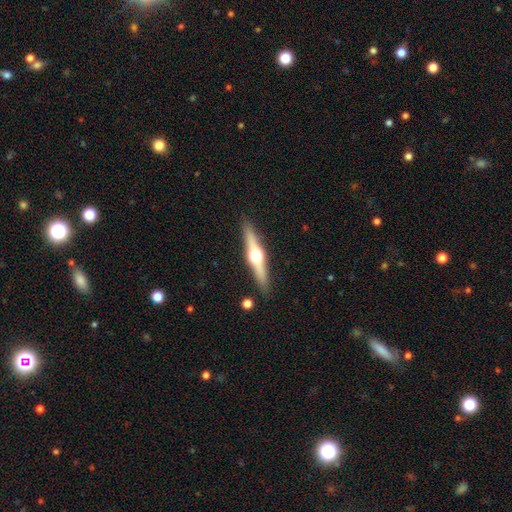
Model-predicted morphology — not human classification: This is likely a featured or disk galaxy (73%). It is clearly viewed edge-on (97%). Edge-on bulge: clearly rounded (96%). Merging: clearly none (89%).